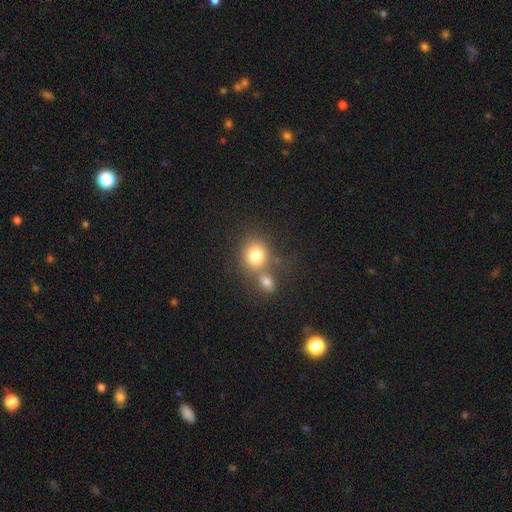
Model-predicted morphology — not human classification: The model was most divided on "merging": none: 51%, merger: 36%, minor disturbance: 9%, major disturbance: 4%. More confident: smooth or featured — smooth (78%); how rounded — round (78%).